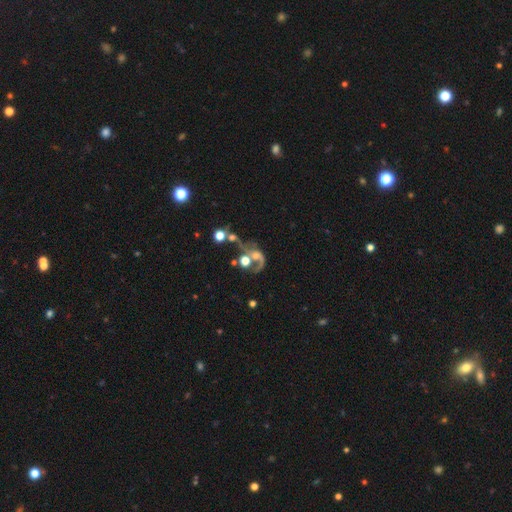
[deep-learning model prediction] Overall: featured or disk (62%; smooth 24%). Edge-on disk: no (97%). Bar: no (71%). Spiral arms: yes (74%). Bulge size: moderate (43%; small 24%). Merging: merger (35%; major disturbance 33%).